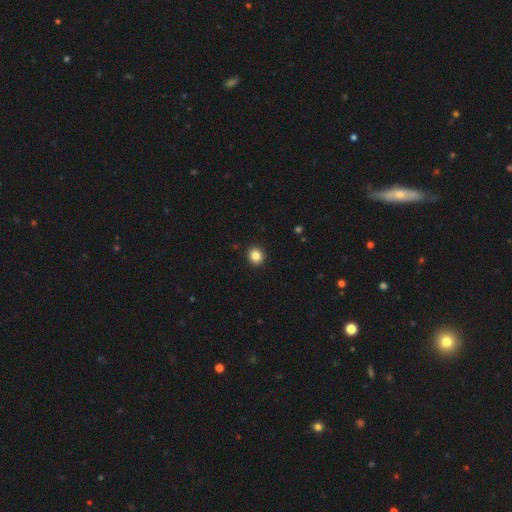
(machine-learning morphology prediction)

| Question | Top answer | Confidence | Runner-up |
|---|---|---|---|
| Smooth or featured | smooth | 85% | star or artifact (11%) |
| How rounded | round | 87% | in between (13%) |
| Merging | none | 93% | minor disturbance (5%) |